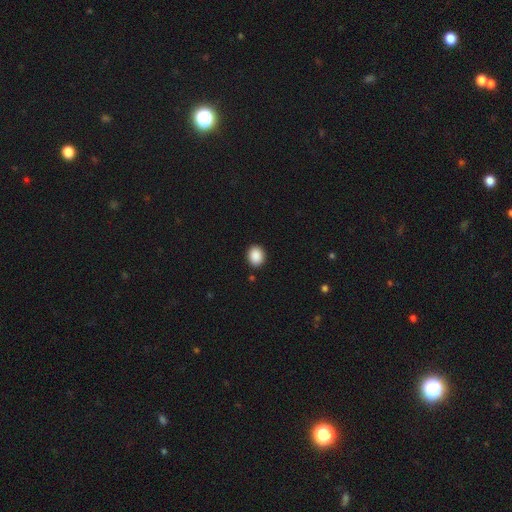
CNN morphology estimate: type=smooth (89%); roundness=round (51%); merging=none (91%).